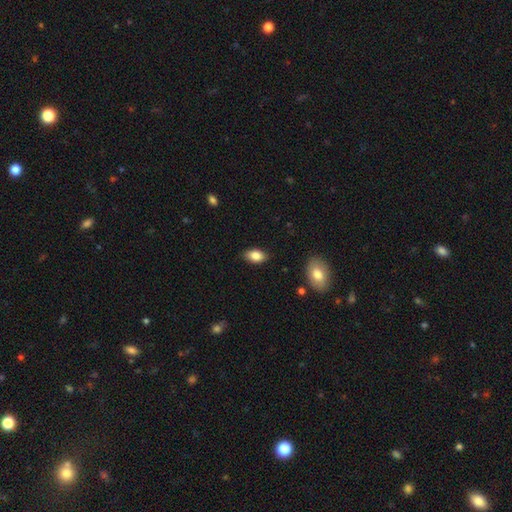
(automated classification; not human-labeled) Morphology: type=smooth (84%); roundness=in between (91%); merging=none (86%).